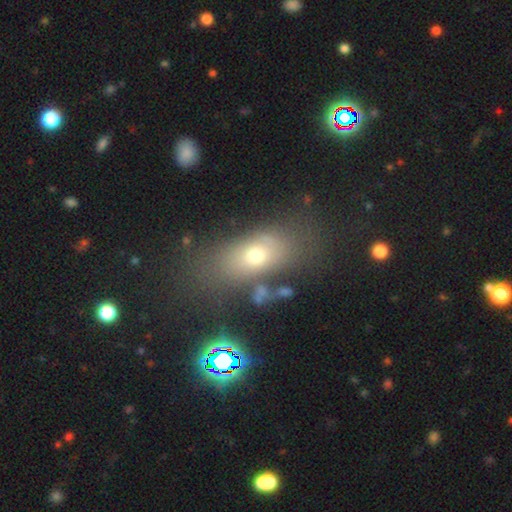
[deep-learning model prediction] This appears to be a smooth galaxy with no disk features (61%) that is in between round and cigar-shaped (74%). Merging: none (68%).